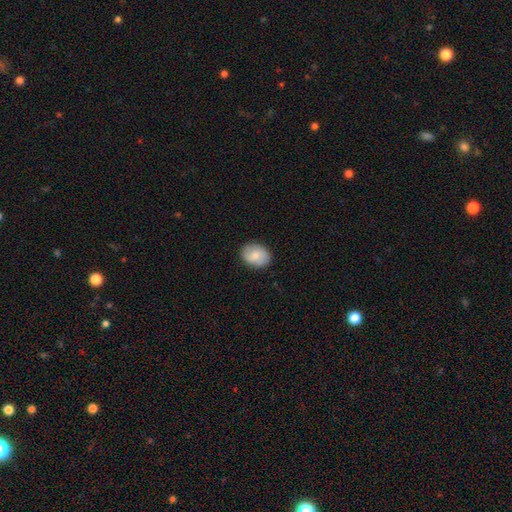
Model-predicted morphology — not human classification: Overall: smooth (73%). How rounded: in between (60%; round 39%). Merging: none (86%).